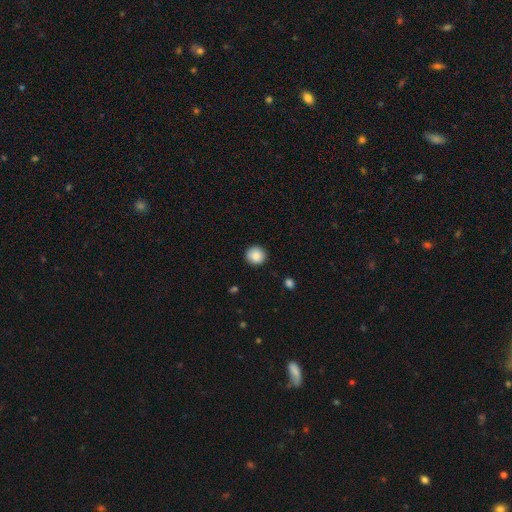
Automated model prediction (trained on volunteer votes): Smooth or featured: smooth — 88% (star or artifact — 8%)
How rounded: round — 93% (in between — 6%)
Merging: none — 91% (minor disturbance — 6%)